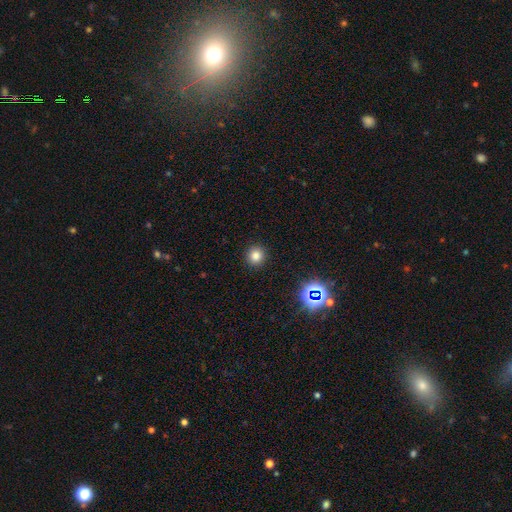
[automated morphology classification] Q: Smooth or featured?
A: smooth (80%); runner-up: star or artifact (15%)
Q: How rounded?
A: round (91%); runner-up: in between (8%)
Q: Merging?
A: none (92%); runner-up: minor disturbance (5%)